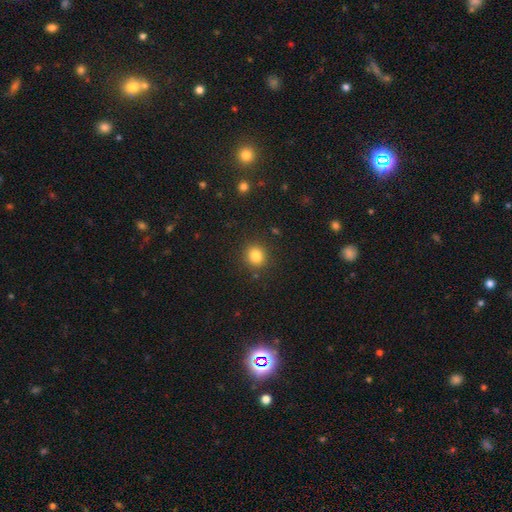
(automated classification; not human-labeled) Smooth or featured: smooth — 83% (star or artifact — 12%)
How rounded: round — 84% (in between — 15%)
Merging: none — 88% (minor disturbance — 7%)